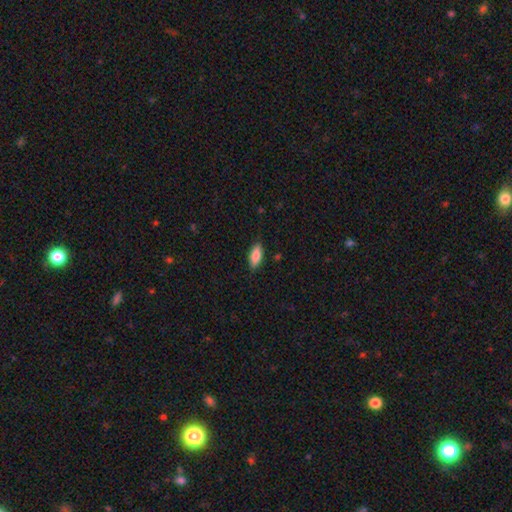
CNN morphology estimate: This appears to be a smooth galaxy with no disk features (84%) that is in between round and cigar-shaped (80%). Merging: none (85%).